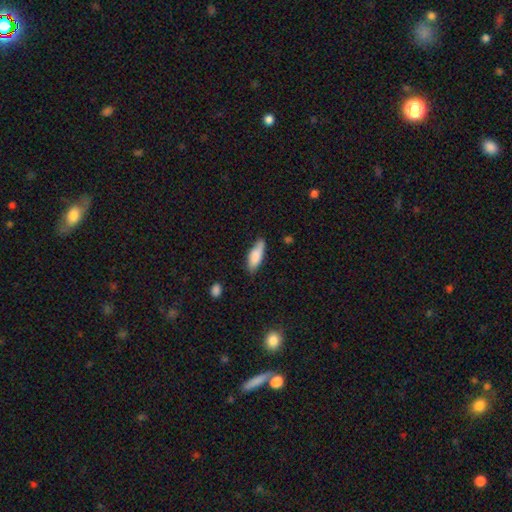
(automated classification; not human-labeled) This appears to be a smooth galaxy with no disk features (84%) that is in between round and cigar-shaped (65%). Merging: none (69%).